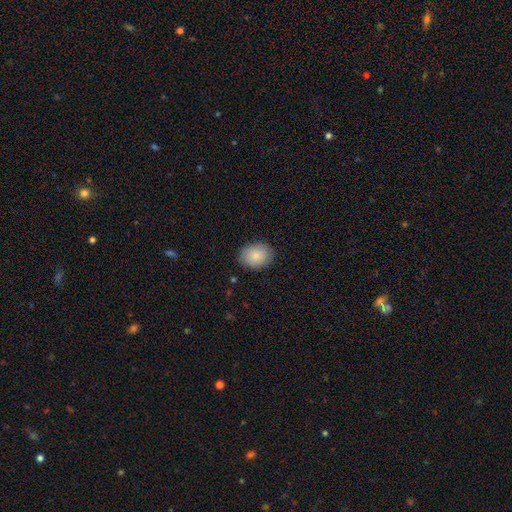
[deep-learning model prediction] This is clearly a smooth galaxy (84%). How rounded: likely in between (60%). Merging: clearly none (84%).